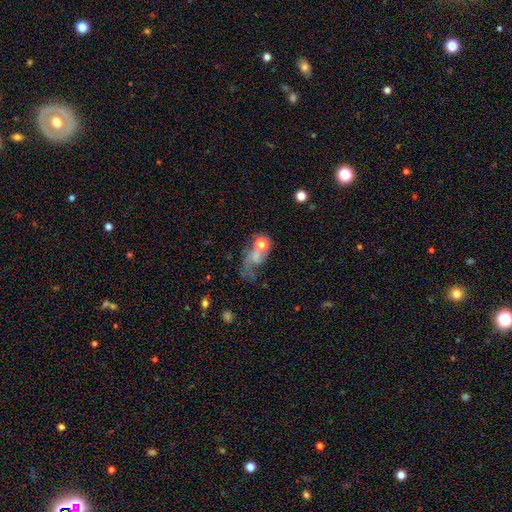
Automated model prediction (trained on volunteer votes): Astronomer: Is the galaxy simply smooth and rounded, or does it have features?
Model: featured or disk — 46% (runner-up: smooth, 33%).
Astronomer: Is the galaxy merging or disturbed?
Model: major disturbance — 37% (runner-up: none, 25%).